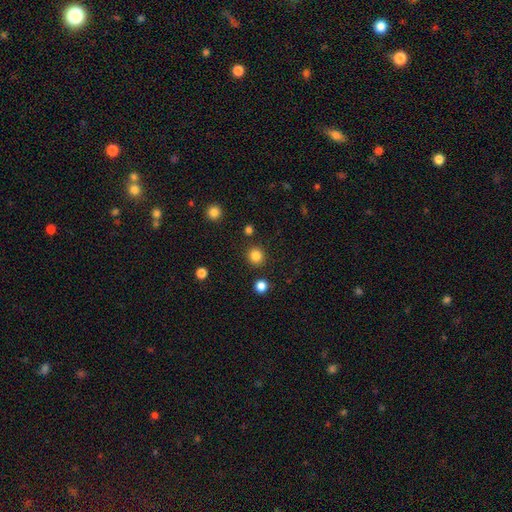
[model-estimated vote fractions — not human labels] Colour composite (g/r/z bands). It shows a smooth galaxy with no disk features (84%) that is round (92%). Merging: none (89%).